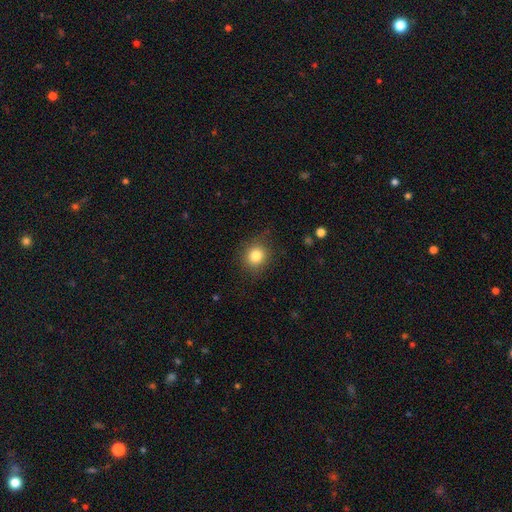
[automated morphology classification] A smooth galaxy with no disk features (82%) that is round (85%). Merging: none (84%).